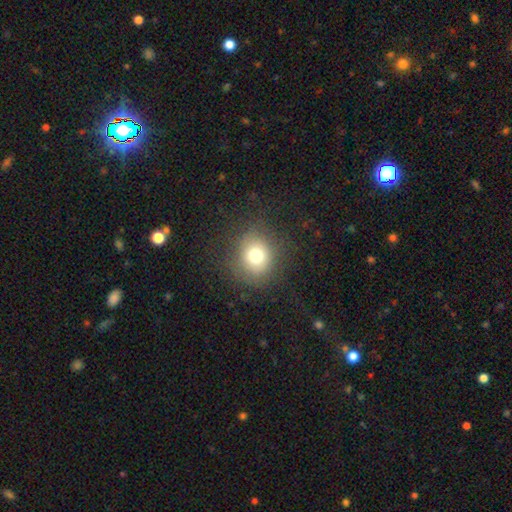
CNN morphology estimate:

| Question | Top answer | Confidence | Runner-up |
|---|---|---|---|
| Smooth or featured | smooth | 74% | star or artifact (15%) |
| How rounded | round | 84% | in between (15%) |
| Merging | none | 83% | minor disturbance (10%) |